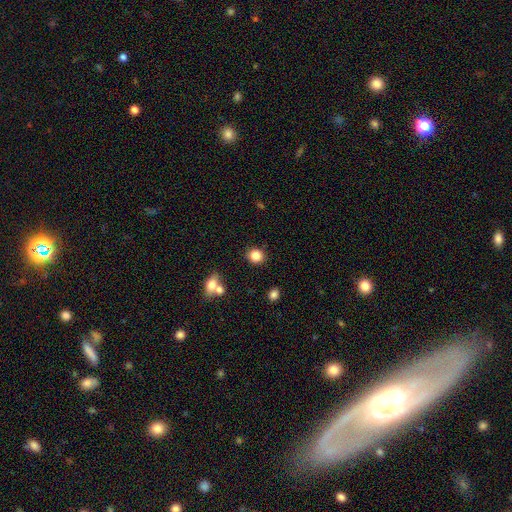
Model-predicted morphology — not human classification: Q: Smooth or featured?
A: smooth (85%); runner-up: star or artifact (10%)
Q: How rounded?
A: round (80%); runner-up: in between (19%)
Q: Merging?
A: none (85%); runner-up: minor disturbance (8%)